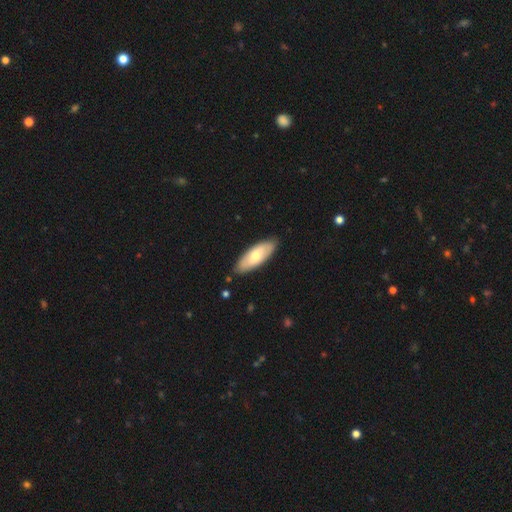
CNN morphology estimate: A smooth galaxy with no disk features (65%) that is in between round and cigar-shaped (72%). Merging: none (86%).